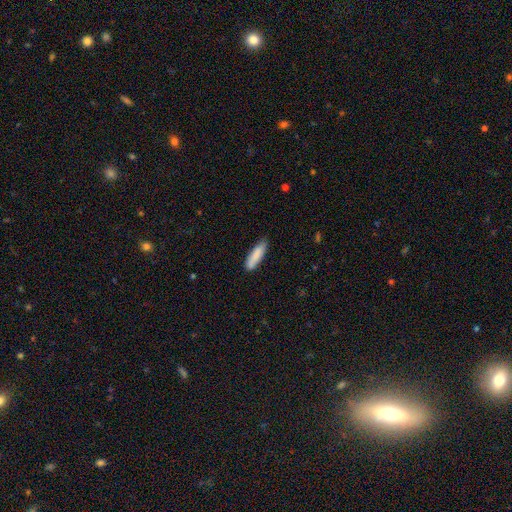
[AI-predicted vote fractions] Overall: smooth (85%). How rounded: cigar-shaped (66%; in between 32%). Merging: none (79%).